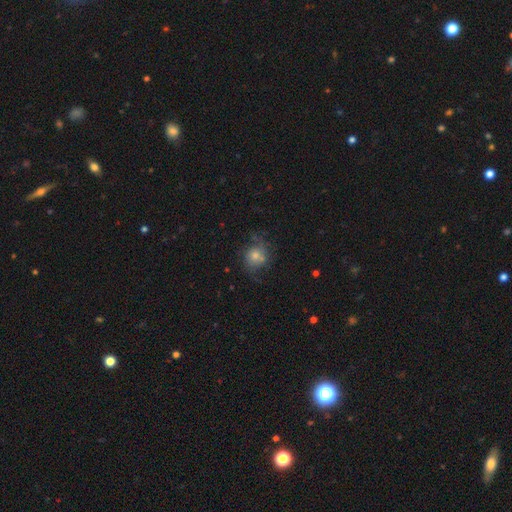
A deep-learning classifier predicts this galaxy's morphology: This appears to be a smooth galaxy with no disk features (59%) that is round (76%). Merging: none (54%).